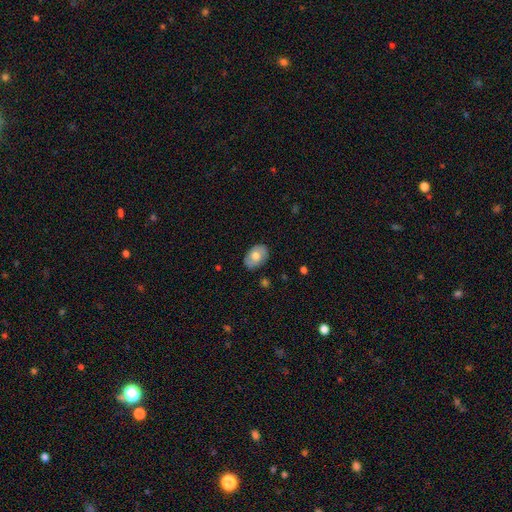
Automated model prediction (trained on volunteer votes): A smooth galaxy with no disk features (66%) that is in between round and cigar-shaped (82%).

Vote fractions:
- Smooth or featured? smooth: 66% / featured or disk: 27% / star or artifact: 7%
- How rounded? in between: 82% / round: 17% / cigar-shaped: 1%
- Merging? none: 84% / minor disturbance: 12% / major disturbance: 2% / merger: 1%